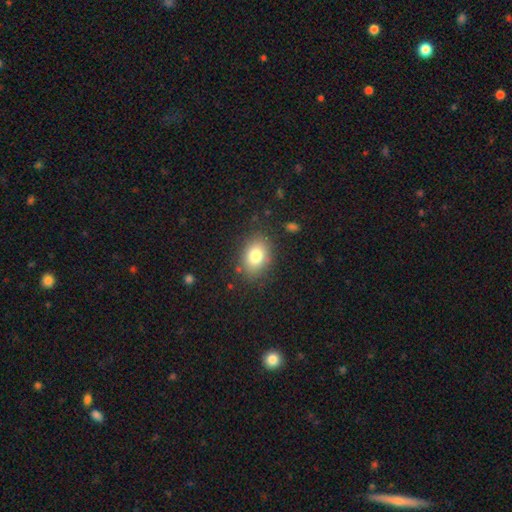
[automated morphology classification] Smooth or featured?
  - smooth: 79% *
  - featured or disk: 11%
  - star or artifact: 10%
How rounded?
  - in between: 70% *
  - round: 29%
  - cigar-shaped: 1%
Merging?
  - none: 83% *
  - minor disturbance: 12%
  - major disturbance: 4%
  - merger: 2%